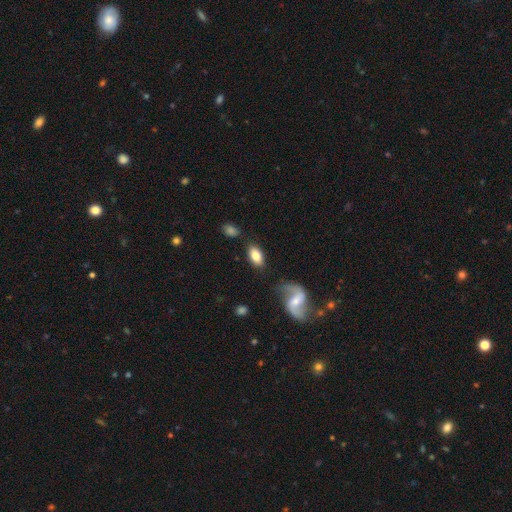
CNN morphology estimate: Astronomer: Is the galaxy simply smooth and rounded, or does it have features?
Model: smooth — 76%.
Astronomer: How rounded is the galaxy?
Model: in between — 92%.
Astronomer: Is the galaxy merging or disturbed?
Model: none — 77%.